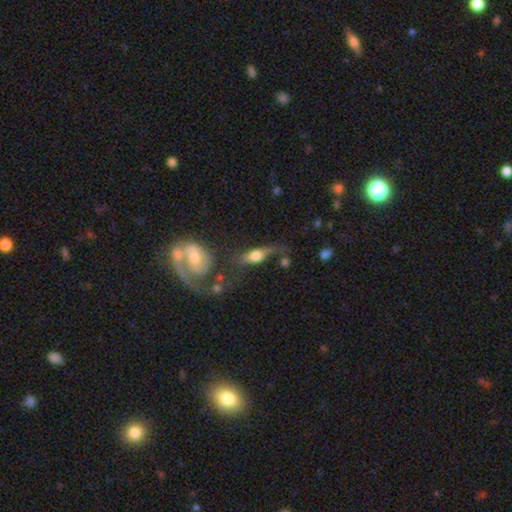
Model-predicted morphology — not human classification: This is possibly a smooth galaxy (48%). Merging: marginally none (41%).